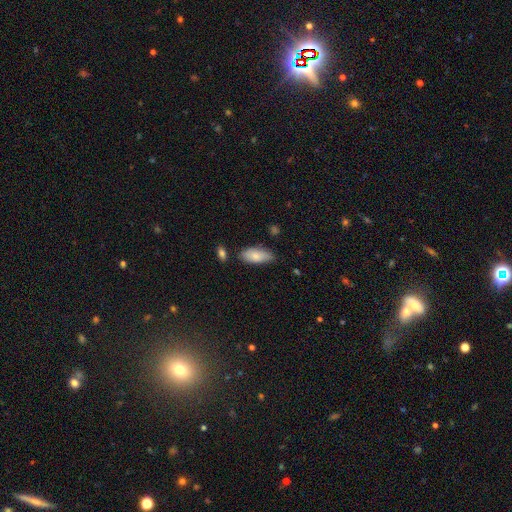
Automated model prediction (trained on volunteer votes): smooth-or-featured: smooth: 81% | featured or disk: 12% | star or artifact: 6%
  how-rounded: in between: 86% | cigar-shaped: 12% | round: 2%
  merging: none: 70% | minor disturbance: 23% | merger: 4% | major disturbance: 4%